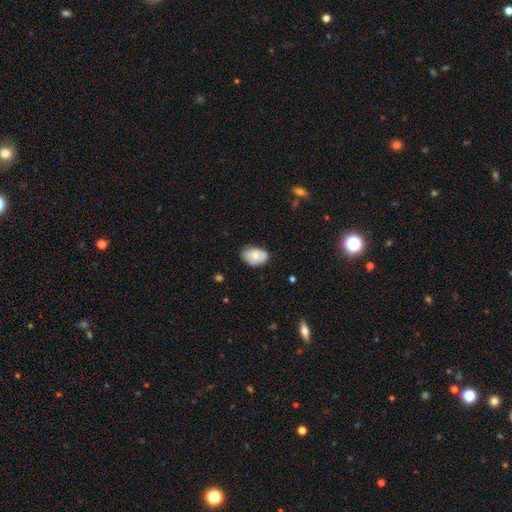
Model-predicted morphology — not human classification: This is likely a smooth galaxy (68%). How rounded: clearly in between (82%). Merging: likely none (67%).